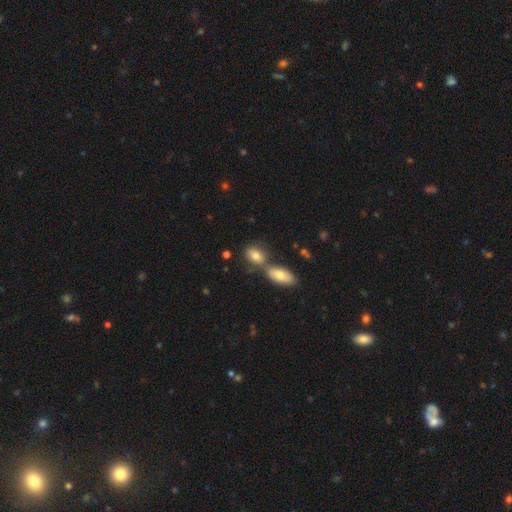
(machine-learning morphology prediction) type=smooth (77%); roundness=in between (84%); merging=none (46%).